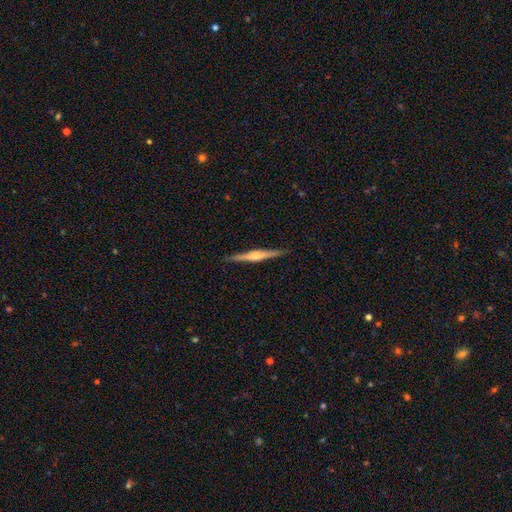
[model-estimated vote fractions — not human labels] featured or disk 76%, smooth 19%, star or artifact 5%. Down the decision tree: edge-on disk — yes (98%); edge-on bulge — rounded (87%); merging — none (91%).